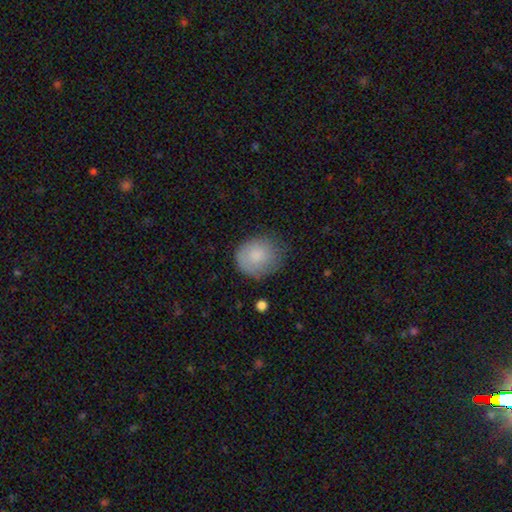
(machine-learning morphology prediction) A smooth galaxy with no disk features (81%) that is round (73%). Merging: none (58%).